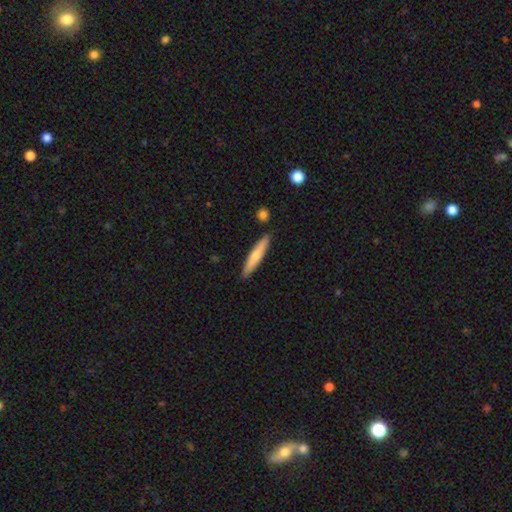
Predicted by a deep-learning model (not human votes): Morphology: type=smooth (60%); roundness=cigar-shaped (91%); merging=none (87%).